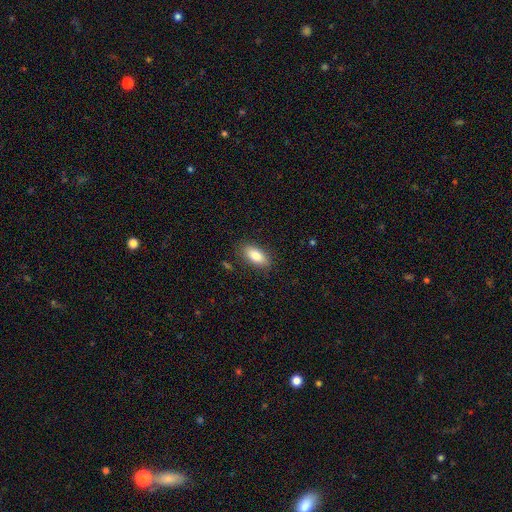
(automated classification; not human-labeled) A smooth galaxy with no disk features (80%) that is in between round and cigar-shaped (85%).

Vote fractions:
- Smooth or featured? smooth: 80% / featured or disk: 13% / star or artifact: 7%
- How rounded? in between: 85% / cigar-shaped: 11% / round: 3%
- Merging? none: 85% / minor disturbance: 11% / major disturbance: 3% / merger: 1%